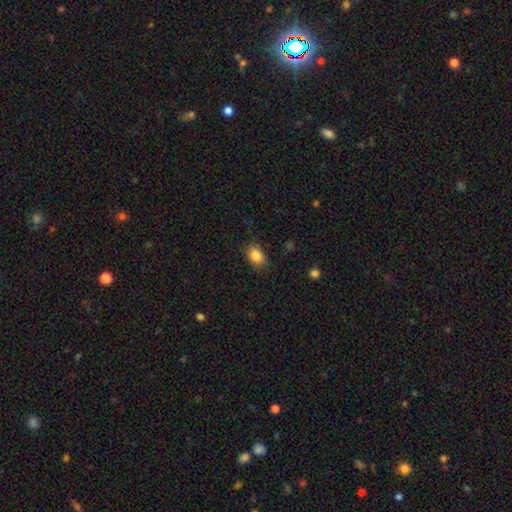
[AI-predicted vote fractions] This appears to be a smooth galaxy with no disk features (85%) that is in between round and cigar-shaped (80%). Merging: none (82%).